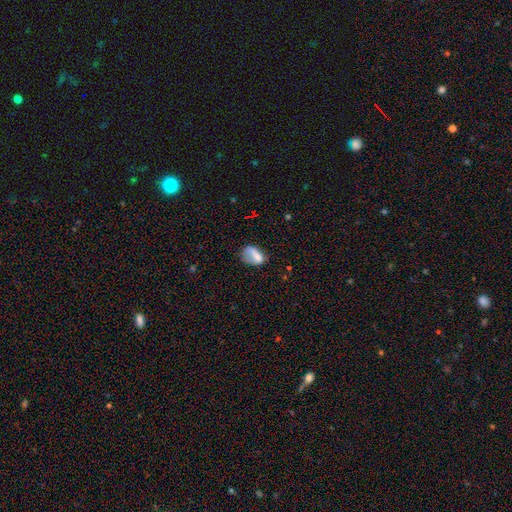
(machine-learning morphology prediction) Overall: smooth (67%). How rounded: in between (78%). Merging: none (34%; major disturbance 30%).